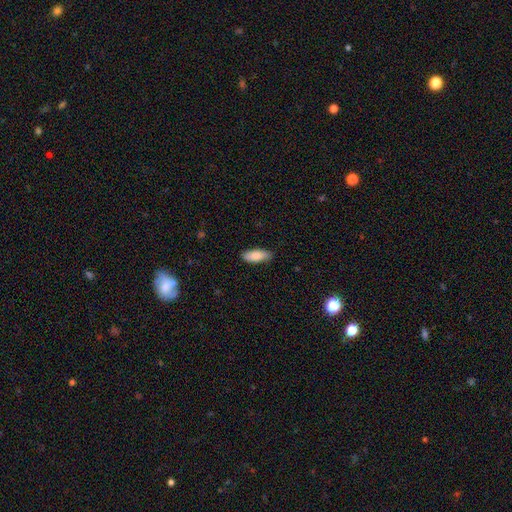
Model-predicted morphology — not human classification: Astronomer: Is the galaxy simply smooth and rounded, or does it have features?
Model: smooth — 85%.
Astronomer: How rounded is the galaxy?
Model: in between — 76%.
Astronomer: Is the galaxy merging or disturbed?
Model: none — 85%.